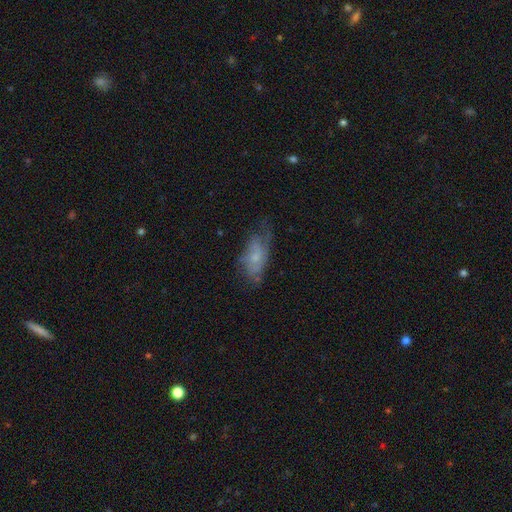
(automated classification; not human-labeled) Smooth or featured: featured or disk — 48% (smooth — 44%)
Merging: none — 44% (minor disturbance — 32%)